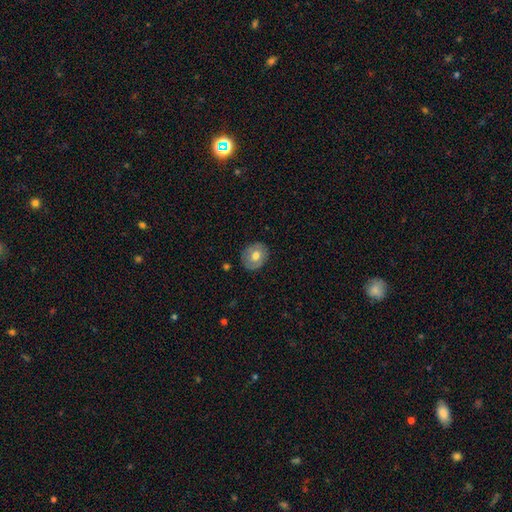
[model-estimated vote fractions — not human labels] Q: Smooth or featured?
A: smooth (60%); runner-up: featured or disk (33%)
Q: How rounded?
A: round (64%); runner-up: in between (36%)
Q: Merging?
A: none (84%); runner-up: minor disturbance (12%)